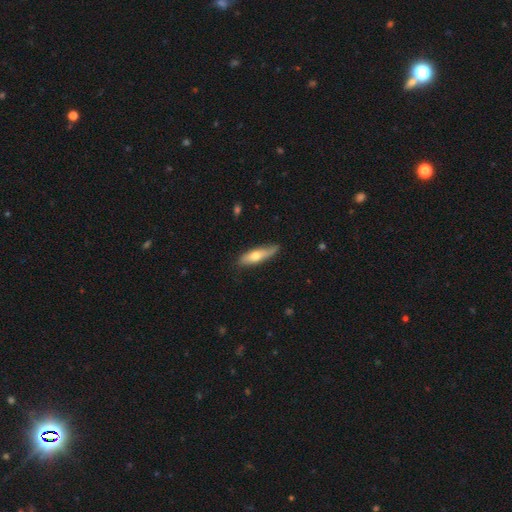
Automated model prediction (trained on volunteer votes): Overall: smooth (60%; featured or disk 35%). How rounded: cigar-shaped (65%; in between 32%). Merging: none (69%).